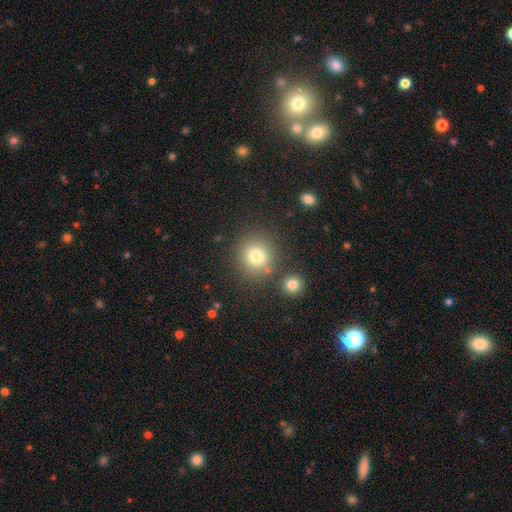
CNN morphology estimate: A smooth galaxy with no disk features (79%) that is round (87%).

Vote fractions:
- Smooth or featured? smooth: 79% / star or artifact: 13% / featured or disk: 8%
- How rounded? round: 87% / in between: 12% / cigar-shaped: 1%
- Merging? none: 76% / merger: 11% / minor disturbance: 9% / major disturbance: 4%